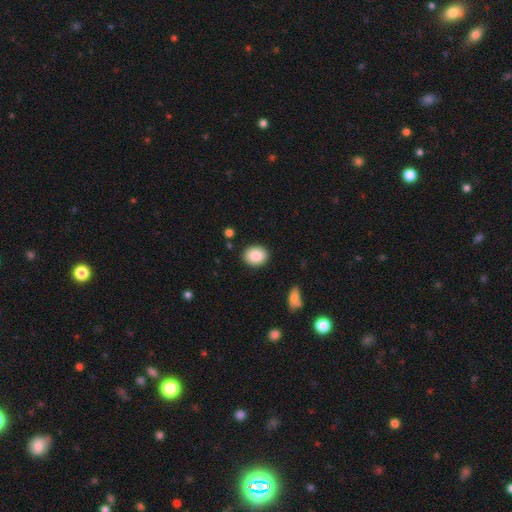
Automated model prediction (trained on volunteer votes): This appears to be a smooth galaxy with no disk features (86%) that is round (54%). Merging: none (90%).